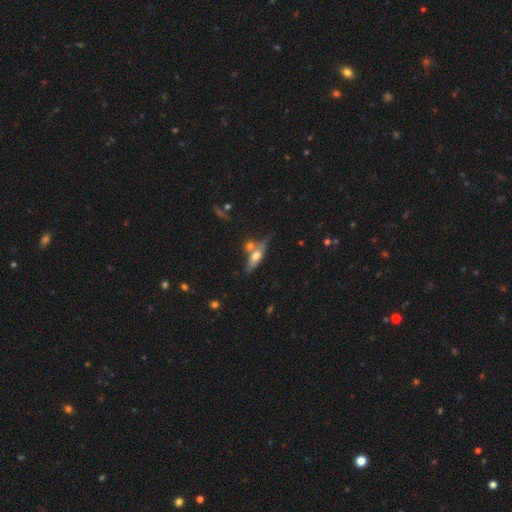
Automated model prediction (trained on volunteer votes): smooth 48%, featured or disk 44%, star or artifact 8%. Down the decision tree: merging — none (46%).